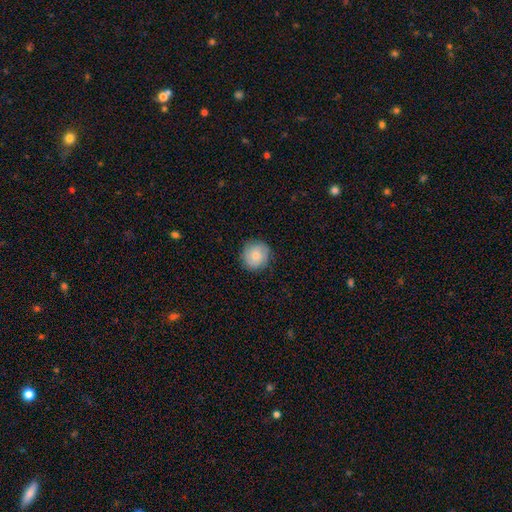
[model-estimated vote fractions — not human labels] Overall: smooth (60%; featured or disk 32%). How rounded: round (90%). Merging: none (85%).